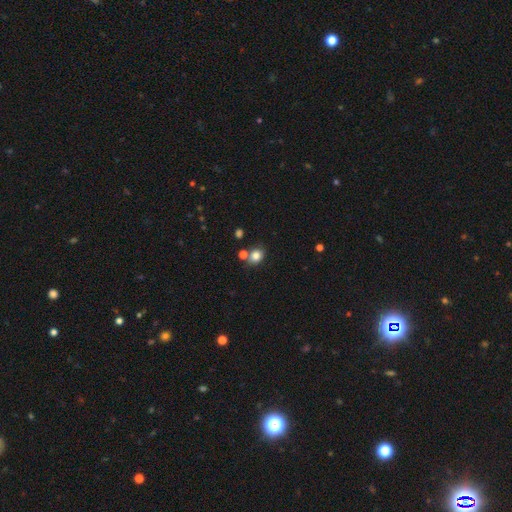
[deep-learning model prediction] Smooth or featured: smooth — 81% (star or artifact — 12%)
How rounded: round — 62% (in between — 37%)
Merging: none — 67% (merger — 17%)